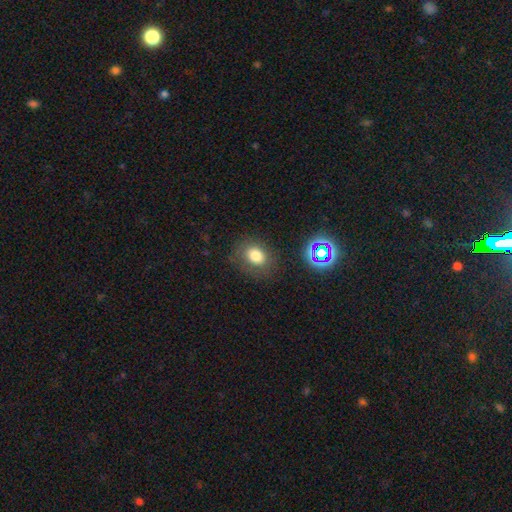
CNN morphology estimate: A smooth galaxy with no disk features (76%) that is in between round and cigar-shaped (56%). Merging: none (77%).